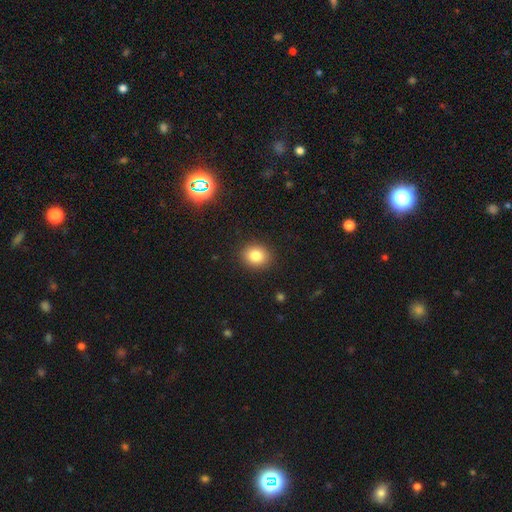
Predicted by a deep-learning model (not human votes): smooth-or-featured: smooth: 83% | star or artifact: 10% | featured or disk: 7%
  how-rounded: round: 67% | in between: 32% | cigar-shaped: 1%
  merging: none: 89% | minor disturbance: 7% | major disturbance: 2% | merger: 1%